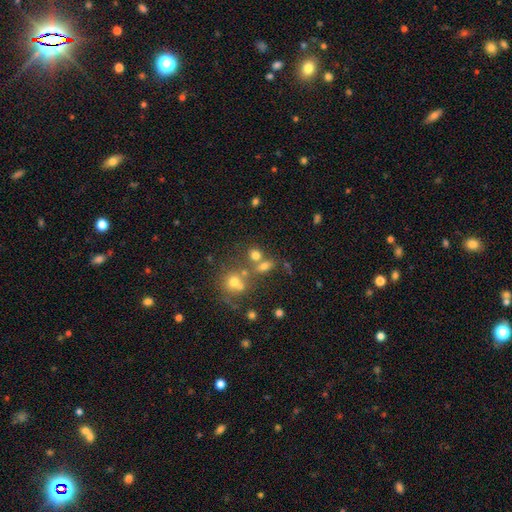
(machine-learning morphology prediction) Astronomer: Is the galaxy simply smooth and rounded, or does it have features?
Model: smooth — 69%.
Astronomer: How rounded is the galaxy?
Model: round — 60% (runner-up: in between, 37%).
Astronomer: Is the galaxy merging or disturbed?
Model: none — 51% (runner-up: merger, 32%).